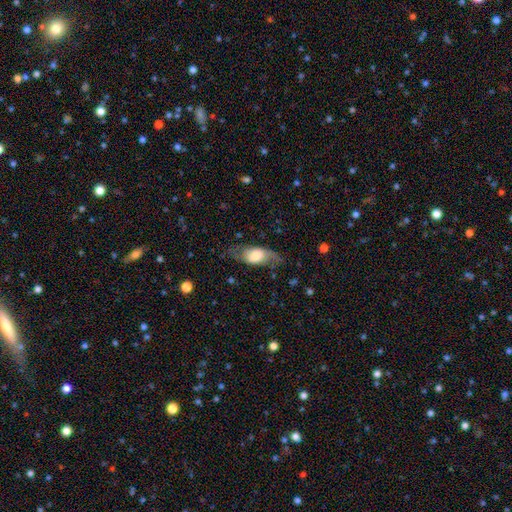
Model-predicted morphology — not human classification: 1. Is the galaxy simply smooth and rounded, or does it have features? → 48% smooth, 46% featured or disk, 7% star or artifact.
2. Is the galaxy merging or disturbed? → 58% none, 25% minor disturbance, 15% major disturbance, 2% merger.